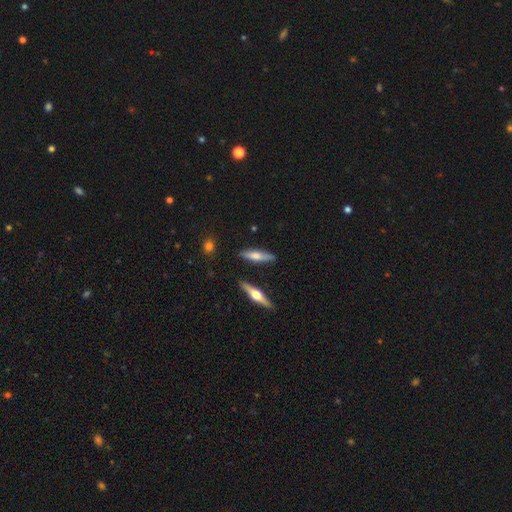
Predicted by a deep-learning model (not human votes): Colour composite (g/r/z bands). It shows a featured or disk galaxy (48%). Merging: none (84%).